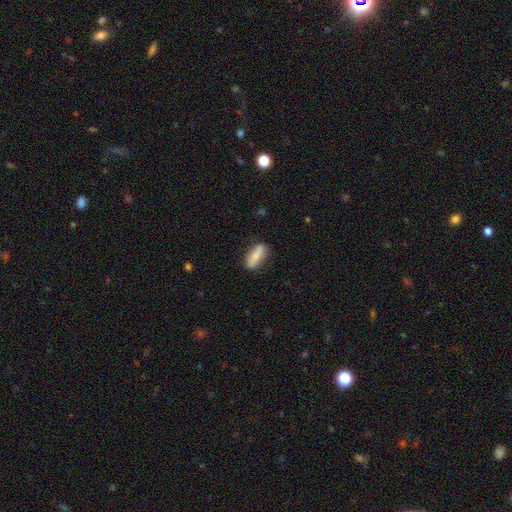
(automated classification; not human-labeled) The model was most divided on "how rounded": in between: 59%, cigar-shaped: 38%, round: 3%. More confident: merging — none (79%); smooth or featured — smooth (73%).